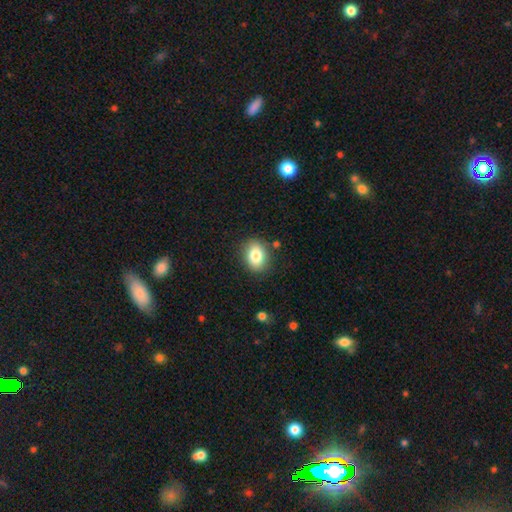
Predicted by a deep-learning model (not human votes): Smooth or featured? smooth (82%)
How rounded? in between (64%)
Merging? none (84%)